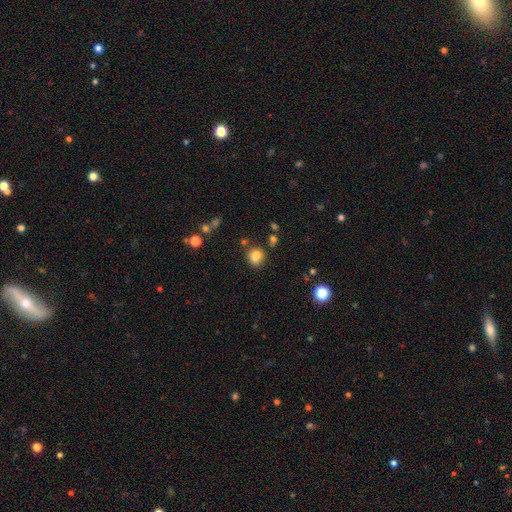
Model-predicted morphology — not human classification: A smooth galaxy with no disk features (81%) that is round (69%).

Vote fractions:
- Smooth or featured? smooth: 81% / star or artifact: 12% / featured or disk: 7%
- How rounded? round: 69% / in between: 30% / cigar-shaped: 1%
- Merging? none: 67% / minor disturbance: 17% / merger: 11% / major disturbance: 5%